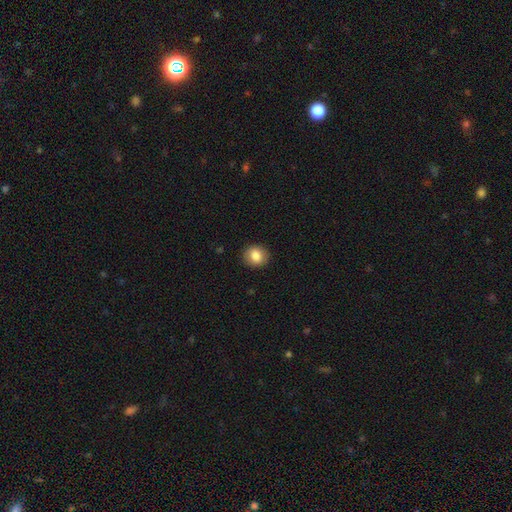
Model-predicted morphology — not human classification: smooth_or_featured: smooth (p=0.83) [alt: star or artifact p=0.09]
how_rounded: round (p=0.78) [alt: in between p=0.21]
merging: none (p=0.90) [alt: minor disturbance p=0.07]